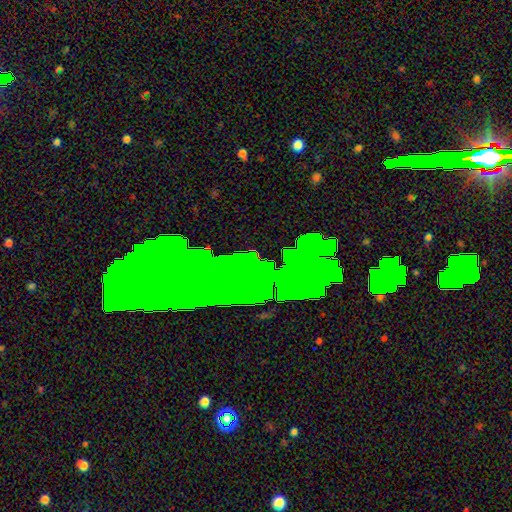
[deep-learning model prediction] smooth-or-featured: star or artifact: 75% | featured or disk: 13% | smooth: 12%